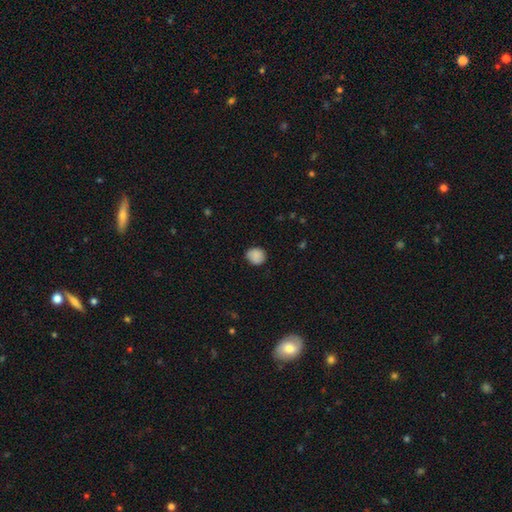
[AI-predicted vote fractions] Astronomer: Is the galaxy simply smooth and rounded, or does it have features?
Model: smooth — 87%.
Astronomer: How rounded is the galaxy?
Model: round — 81%.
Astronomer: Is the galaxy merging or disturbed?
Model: none — 83%.